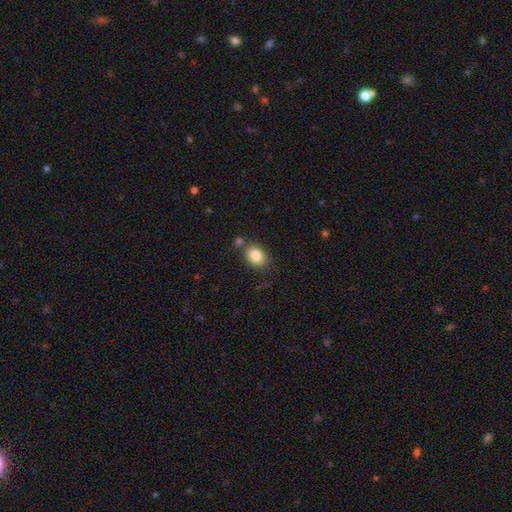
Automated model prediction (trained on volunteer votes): This appears to be a smooth galaxy with no disk features (84%) that is in between round and cigar-shaped (70%). Merging: none (73%).